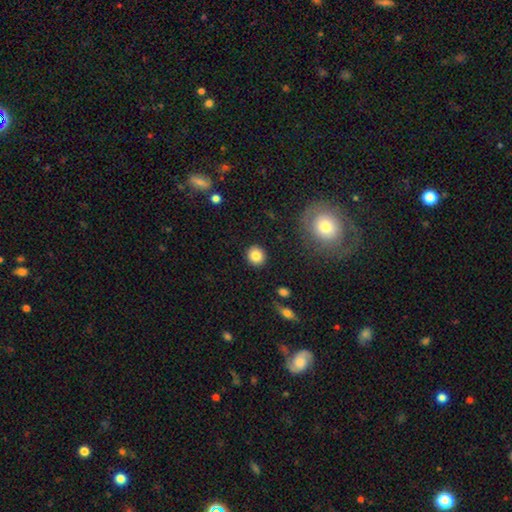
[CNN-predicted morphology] Smooth or featured? smooth (84%)
How rounded? round (83%)
Merging? none (90%)